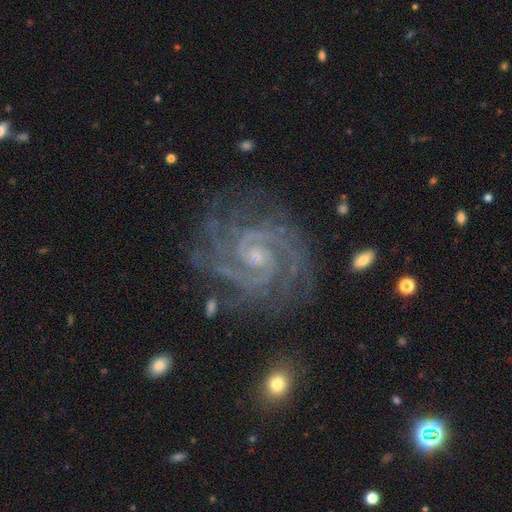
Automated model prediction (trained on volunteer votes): Smooth or featured: featured or disk — 92% (star or artifact — 5%)
Edge-on disk: no — 98% (yes — 2%)
Bar: no — 54% (weak — 35%)
Spiral arms: yes — 99% (no — 1%)
Spiral winding: tight — 71% (medium — 26%)
Spiral arm count: 2 — 50% (3 — 19%)
Bulge size: small — 73% (moderate — 22%)
Merging: none — 74% (minor disturbance — 17%)